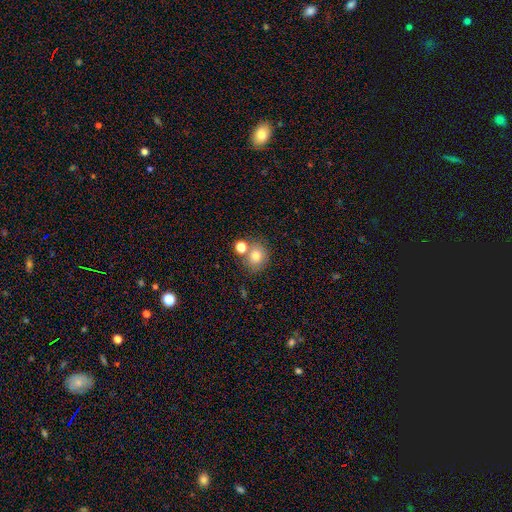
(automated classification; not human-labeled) Smooth or featured? Predicted: smooth (p=0.77). How rounded? Predicted: round (p=0.77). Merging? Predicted: none (p=0.62).